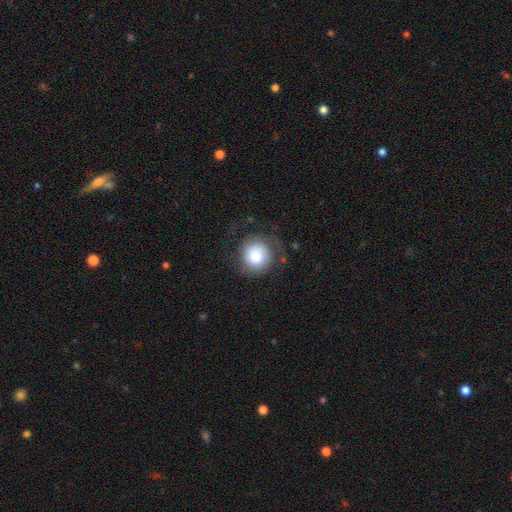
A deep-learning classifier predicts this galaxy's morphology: Smooth or featured? smooth (66%)
How rounded? round (91%)
Merging? none (67%)